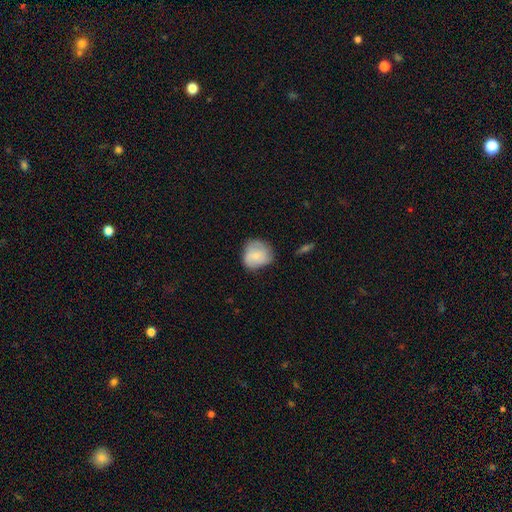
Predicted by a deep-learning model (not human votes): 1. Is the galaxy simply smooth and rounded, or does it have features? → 70% smooth, 23% featured or disk, 7% star or artifact.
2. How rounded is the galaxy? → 77% round, 22% in between, 1% cigar-shaped.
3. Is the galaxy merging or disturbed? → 56% none, 32% minor disturbance, 9% major disturbance, 2% merger.